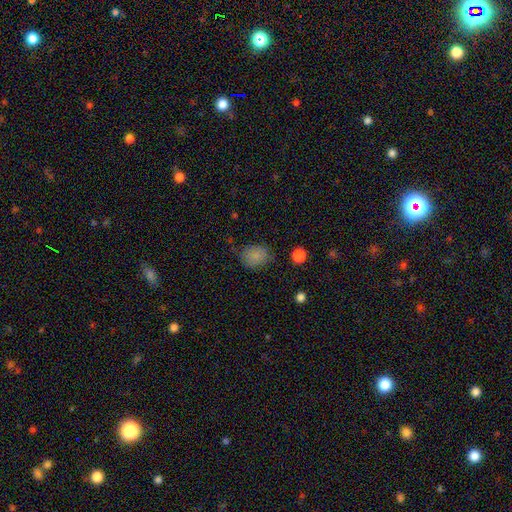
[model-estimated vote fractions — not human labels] This is clearly a smooth galaxy (81%). How rounded: possibly round (51%). Merging: likely none (74%).